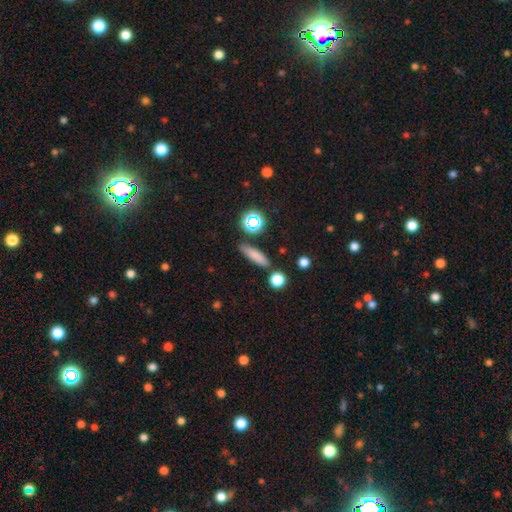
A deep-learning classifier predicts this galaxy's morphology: Overall: smooth (77%). How rounded: cigar-shaped (67%). Merging: none (81%).